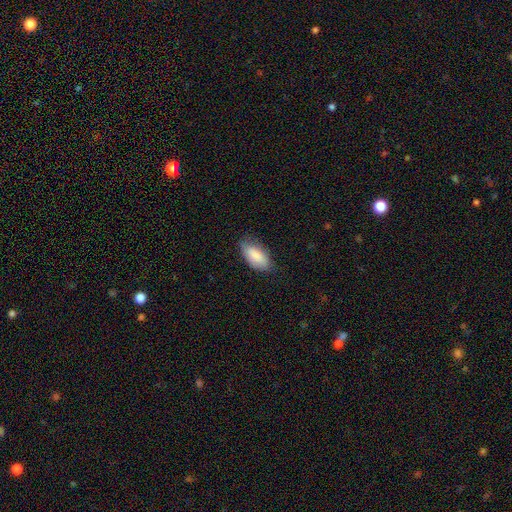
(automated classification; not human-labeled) This appears to be a smooth galaxy with no disk features (86%) that is in between round and cigar-shaped (91%). Merging: none (71%).